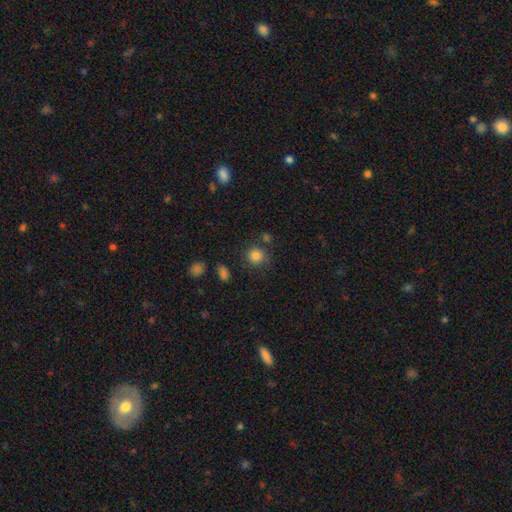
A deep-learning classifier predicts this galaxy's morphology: Smooth or featured?
  - smooth: 82% *
  - star or artifact: 11%
  - featured or disk: 7%
How rounded?
  - round: 90% *
  - in between: 9%
  - cigar-shaped: 1%
Merging?
  - none: 78% *
  - minor disturbance: 11%
  - merger: 7%
  - major disturbance: 4%